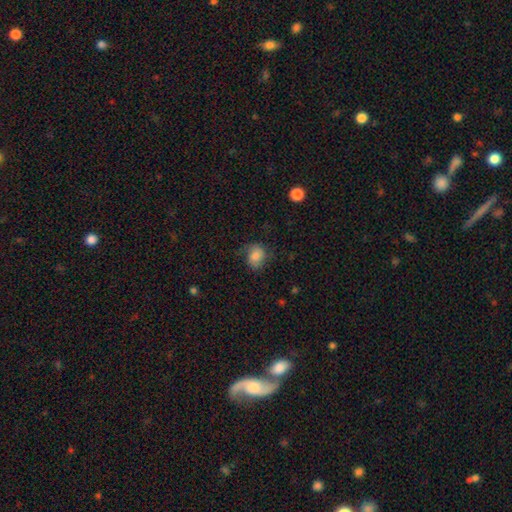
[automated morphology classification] This is likely a smooth galaxy (72%). How rounded: possibly round (60%). Merging: likely none (64%).